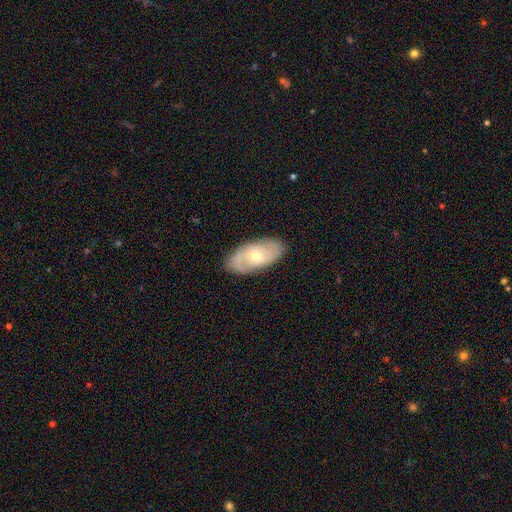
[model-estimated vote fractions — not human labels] Q: Smooth or featured?
A: featured or disk (67%); runner-up: smooth (27%)
Q: Edge-on disk?
A: no (92%); runner-up: yes (8%)
Q: Bar?
A: no (64%); runner-up: weak (30%)
Q: Spiral arms?
A: yes (84%); runner-up: no (16%)
Q: Spiral winding?
A: medium (41%); runner-up: tight (40%)
Q: Spiral arm count?
A: 2 (61%); runner-up: can't tell (24%)
Q: Bulge size?
A: moderate (49%); runner-up: small (48%)
Q: Merging?
A: none (83%); runner-up: minor disturbance (13%)